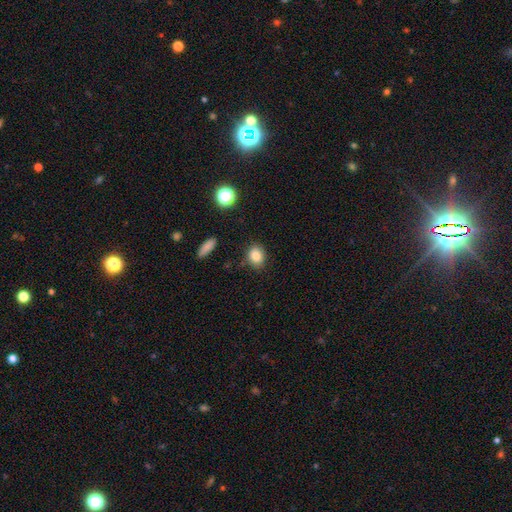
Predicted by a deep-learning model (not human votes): Overall: smooth (83%). How rounded: in between (51%; round 48%). Merging: none (84%).